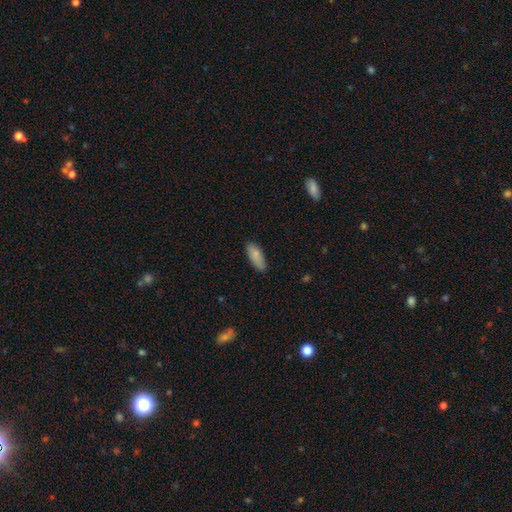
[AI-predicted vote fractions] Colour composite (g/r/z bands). It shows a smooth galaxy with no disk features (85%) that is in between round and cigar-shaped (74%). Merging: none (81%).